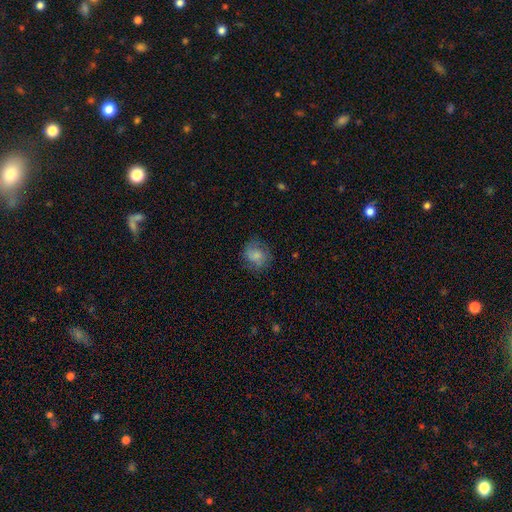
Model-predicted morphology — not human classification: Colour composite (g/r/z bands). It shows a smooth galaxy with no disk features (69%) that is round (70%). Merging: none (68%).